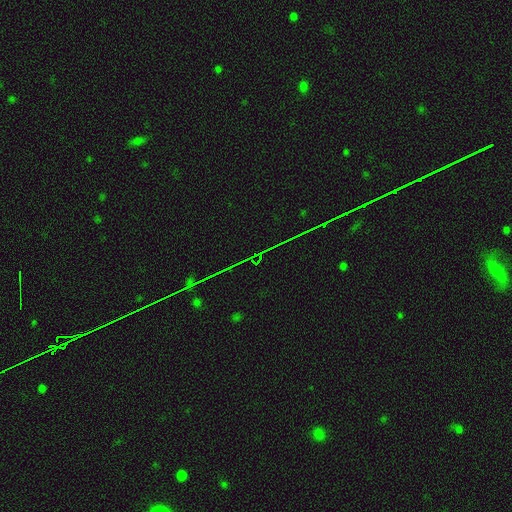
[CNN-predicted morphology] smooth-or-featured: star or artifact: 80% | featured or disk: 11% | smooth: 10%